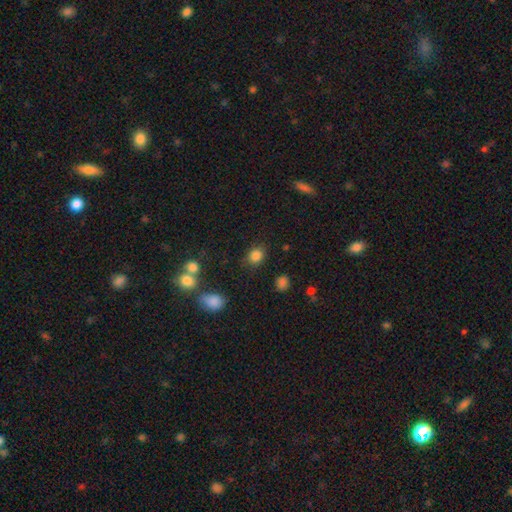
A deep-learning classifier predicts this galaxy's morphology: Smooth or featured?
  - smooth: 83% *
  - star or artifact: 12%
  - featured or disk: 5%
How rounded?
  - round: 56% *
  - in between: 42%
  - cigar-shaped: 1%
Merging?
  - none: 80% *
  - minor disturbance: 13%
  - major disturbance: 4%
  - merger: 3%